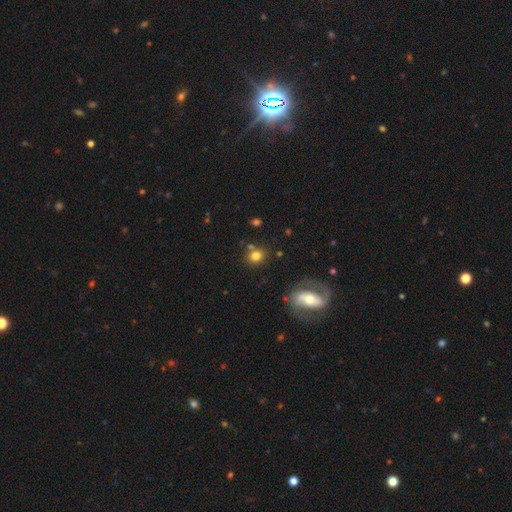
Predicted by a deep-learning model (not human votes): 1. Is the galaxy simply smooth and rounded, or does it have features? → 77% smooth, 13% star or artifact, 10% featured or disk.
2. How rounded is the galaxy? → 68% round, 31% in between, 1% cigar-shaped.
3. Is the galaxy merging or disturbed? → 72% none, 12% minor disturbance, 11% merger, 4% major disturbance.